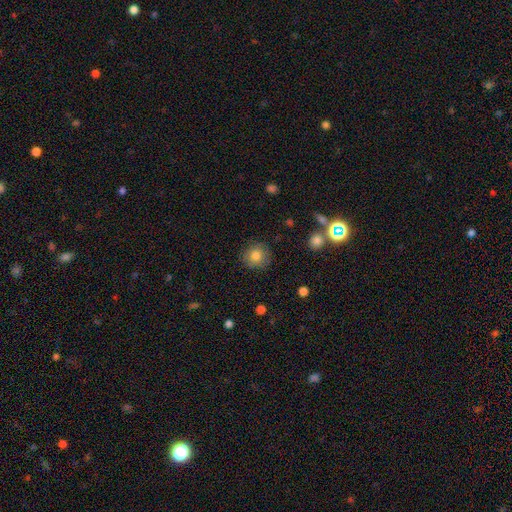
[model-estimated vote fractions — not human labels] Smooth or featured? smooth (82%)
How rounded? round (90%)
Merging? none (87%)